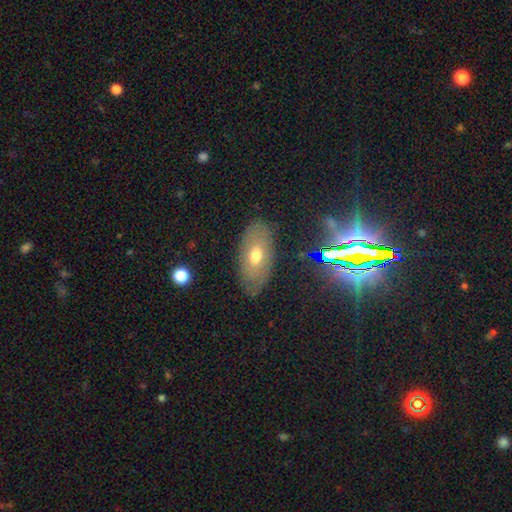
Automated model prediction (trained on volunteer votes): Smooth or featured?
  - smooth: 49% *
  - featured or disk: 41%
  - star or artifact: 10%
Merging?
  - none: 79% *
  - minor disturbance: 15%
  - major disturbance: 5%
  - merger: 1%